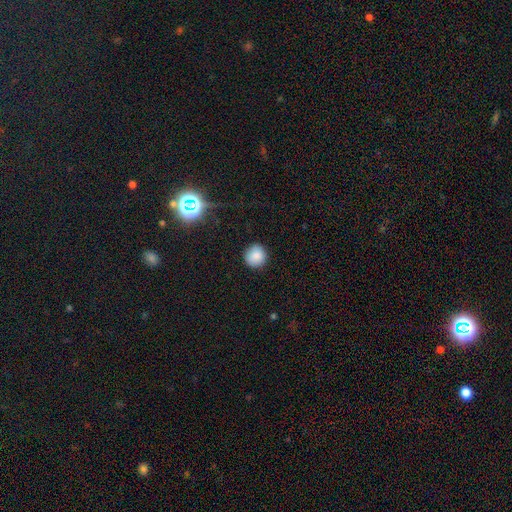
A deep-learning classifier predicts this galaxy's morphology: Overall: smooth (85%). How rounded: round (93%). Merging: none (91%).